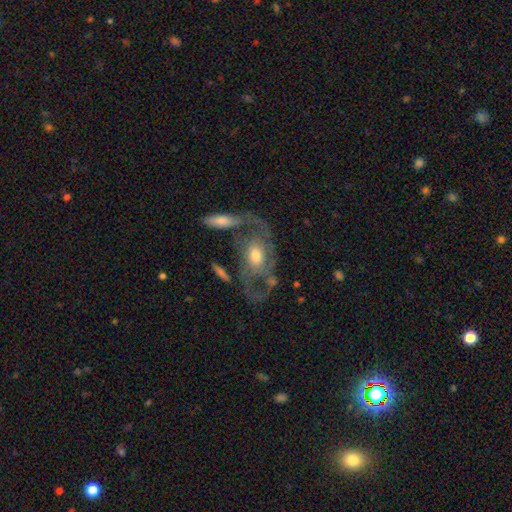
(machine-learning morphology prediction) Smooth or featured: featured or disk — 78% (smooth — 16%)
Edge-on disk: no — 93% (yes — 7%)
Bar: no — 66% (weak — 27%)
Spiral arms: yes — 80% (no — 20%)
Spiral winding: medium — 46% (tight — 30%)
Spiral arm count: 2 — 64% (can't tell — 20%)
Bulge size: moderate — 66% (small — 16%)
Merging: none — 48% (major disturbance — 19%)